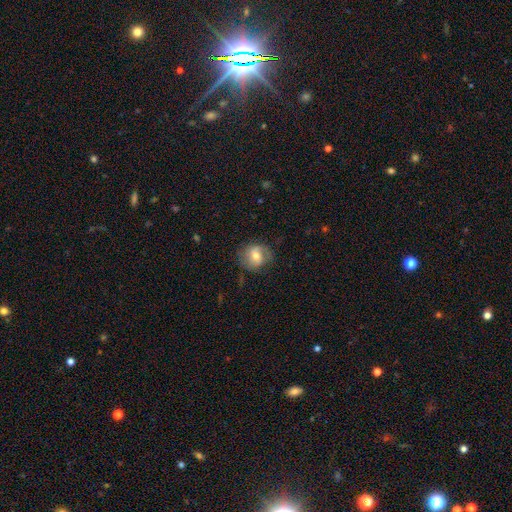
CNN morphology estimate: smooth 52%, featured or disk 40%, star or artifact 8%. Down the decision tree: how rounded — round (70%); merging — none (67%).